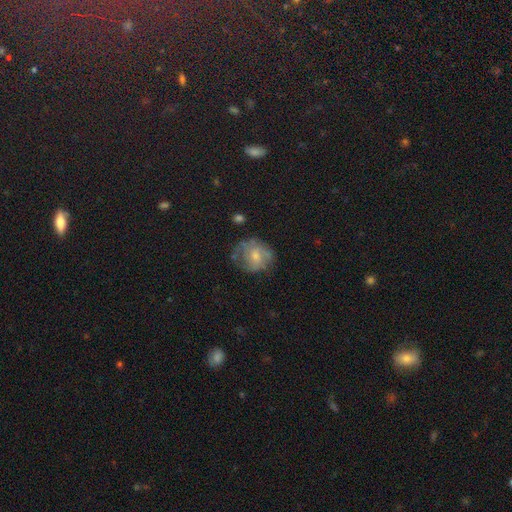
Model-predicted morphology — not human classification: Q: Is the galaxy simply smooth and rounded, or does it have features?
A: featured or disk — 53%.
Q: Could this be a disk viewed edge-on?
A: no — 97%.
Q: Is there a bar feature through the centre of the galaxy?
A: no — 67%.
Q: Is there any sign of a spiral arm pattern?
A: yes — 66%.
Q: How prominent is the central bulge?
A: small — 48%.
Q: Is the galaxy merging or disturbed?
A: none — 52%.